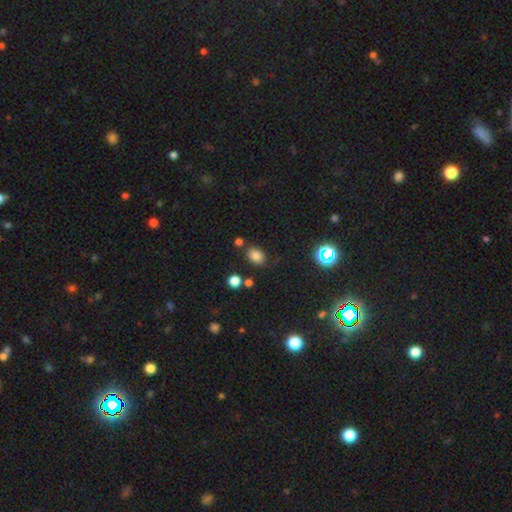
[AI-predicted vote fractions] Smooth or featured? Predicted: smooth (p=0.78). How rounded? Predicted: in between (p=0.68). Merging? Predicted: none (p=0.76).